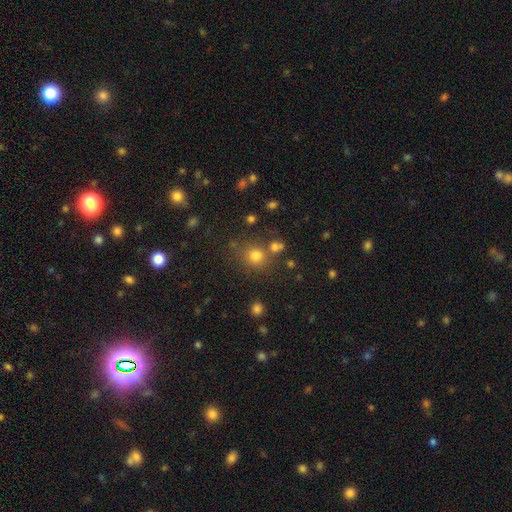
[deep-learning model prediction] Smooth or featured? smooth (74%)
How rounded? round (84%)
Merging? none (70%)